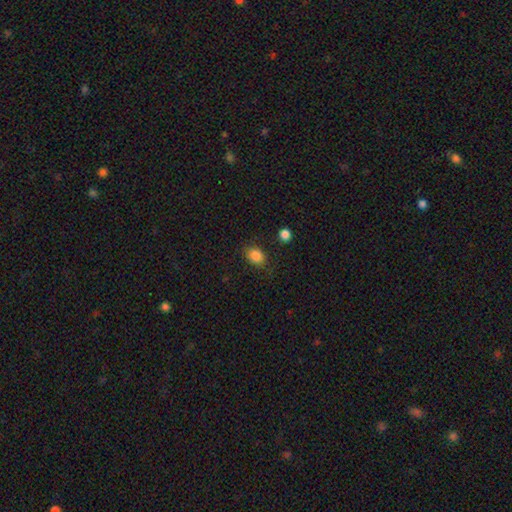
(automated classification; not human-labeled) Smooth or featured? Predicted: smooth (p=0.86). How rounded? Predicted: in between (p=0.61). Merging? Predicted: none (p=0.79).